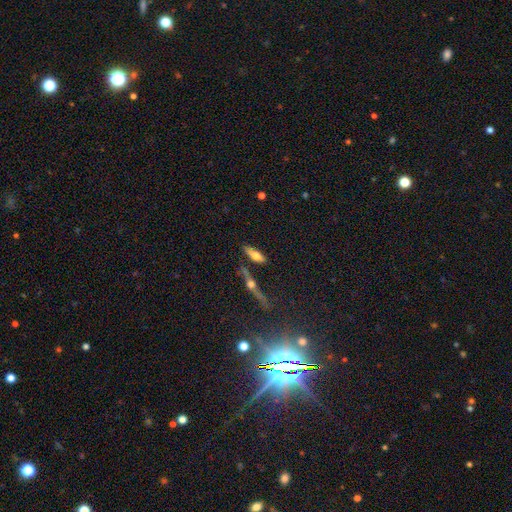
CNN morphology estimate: Q: Smooth or featured?
A: smooth (52%); runner-up: featured or disk (40%)
Q: How rounded?
A: in between (50%); runner-up: cigar-shaped (47%)
Q: Merging?
A: none (68%); runner-up: merger (14%)